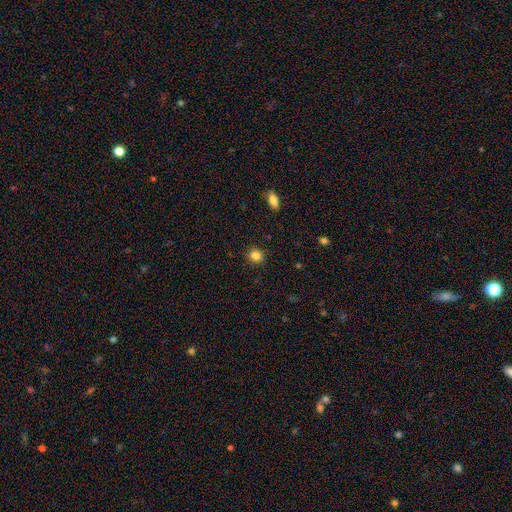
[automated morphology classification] A smooth galaxy with no disk features (85%) that is round (84%).

Vote fractions:
- Smooth or featured? smooth: 85% / star or artifact: 11% / featured or disk: 4%
- How rounded? round: 84% / in between: 15% / cigar-shaped: 1%
- Merging? none: 90% / minor disturbance: 7% / major disturbance: 2% / merger: 1%